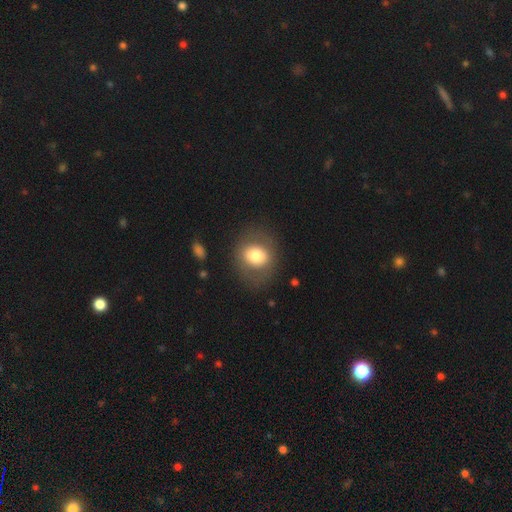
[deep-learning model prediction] Morphology: type=smooth (69%); roundness=round (64%); merging=none (80%).